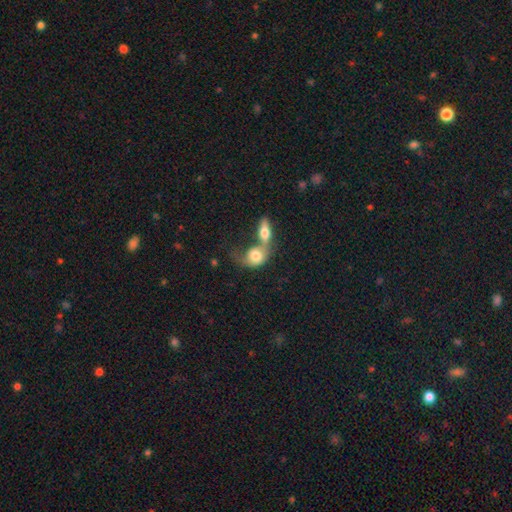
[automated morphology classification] smooth_or_featured: smooth (p=0.70) [alt: featured or disk p=0.23]
how_rounded: in between (p=0.59) [alt: round p=0.37]
merging: merger (p=0.71) [alt: none p=0.12]